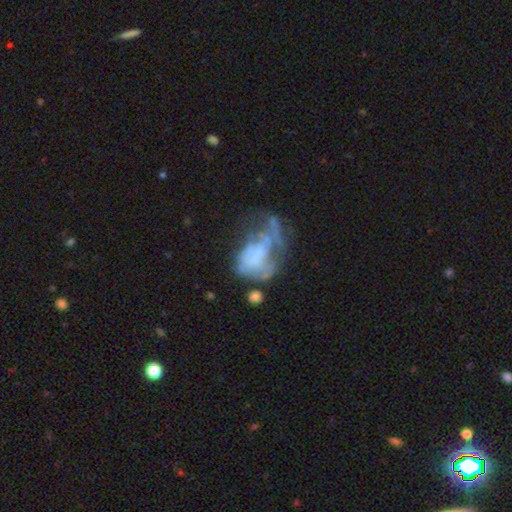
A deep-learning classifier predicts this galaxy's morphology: This is possibly a featured or disk galaxy (60%). It is clearly not viewed edge-on (97%). Bar: clearly no (84%). Spiral arm pattern: likely no (73%). Central bulge: likely none (68%). Merging: possibly major disturbance (48%).